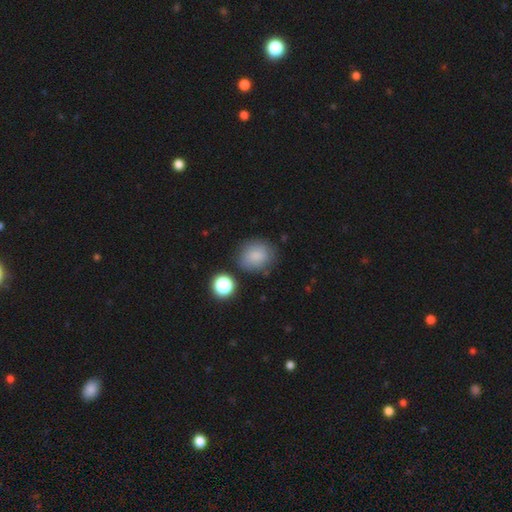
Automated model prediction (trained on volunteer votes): Smooth or featured? smooth (81%)
How rounded? round (72%)
Merging? none (74%)